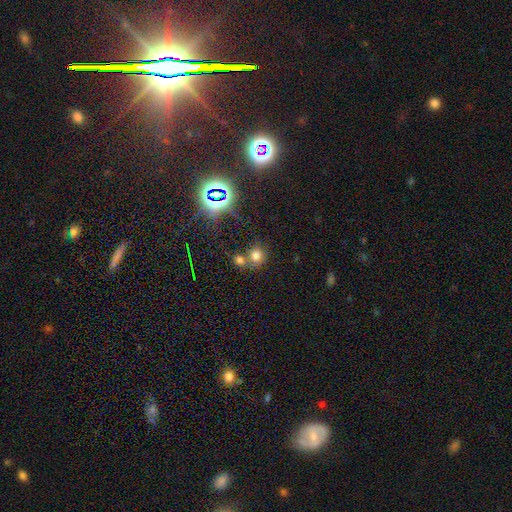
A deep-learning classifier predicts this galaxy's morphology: smooth_or_featured: smooth (p=0.69) [alt: star or artifact p=0.24]
how_rounded: round (p=0.81) [alt: in between p=0.18]
merging: none (p=0.55) [alt: merger p=0.32]